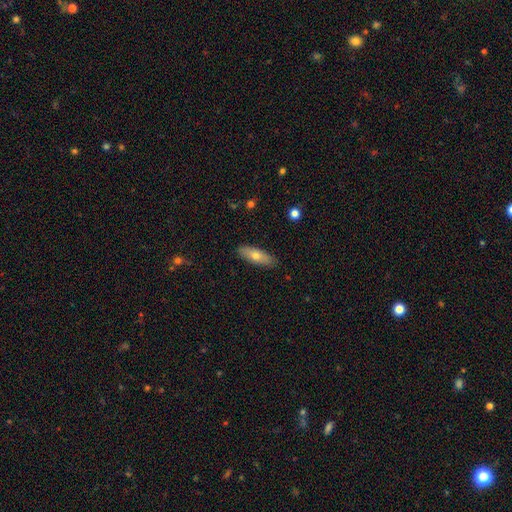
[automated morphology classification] A smooth galaxy with no disk features (65%) that is in between round and cigar-shaped (53%). Merging: none (88%).